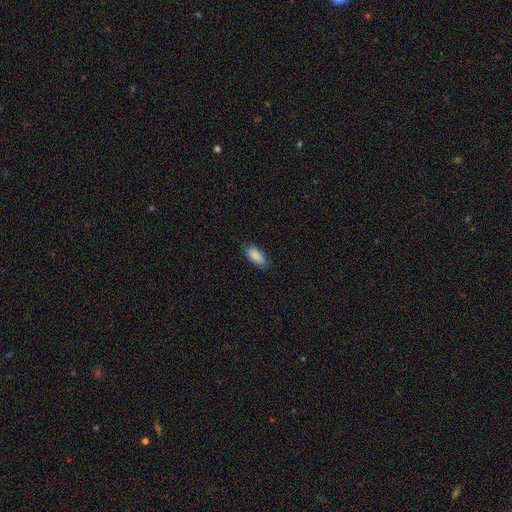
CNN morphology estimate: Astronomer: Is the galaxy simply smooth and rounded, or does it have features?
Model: smooth — 89%.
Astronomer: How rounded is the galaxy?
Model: in between — 91%.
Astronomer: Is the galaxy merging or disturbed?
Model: none — 84%.